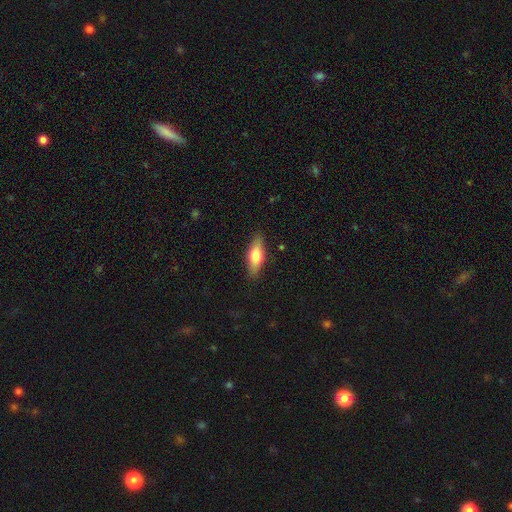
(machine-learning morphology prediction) This is likely a smooth galaxy (67%). How rounded: likely in between (67%). Merging: clearly none (86%).